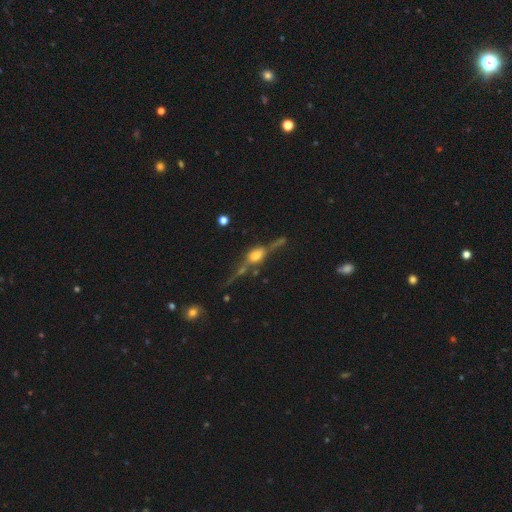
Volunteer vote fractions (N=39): Smooth or featured: featured or disk — 67% (smooth — 31%)
Edge-on disk: yes — 85% (no — 15%)
Edge-on bulge: rounded — 95% (boxy — 5%)
Merging: none — 37% (major disturbance — 32%)